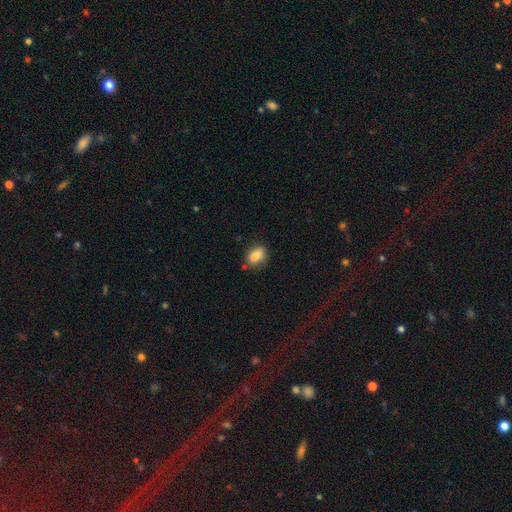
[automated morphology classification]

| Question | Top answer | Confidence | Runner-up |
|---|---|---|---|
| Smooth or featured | smooth | 83% | featured or disk (9%) |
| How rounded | in between | 74% | round (23%) |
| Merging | none | 69% | minor disturbance (21%) |